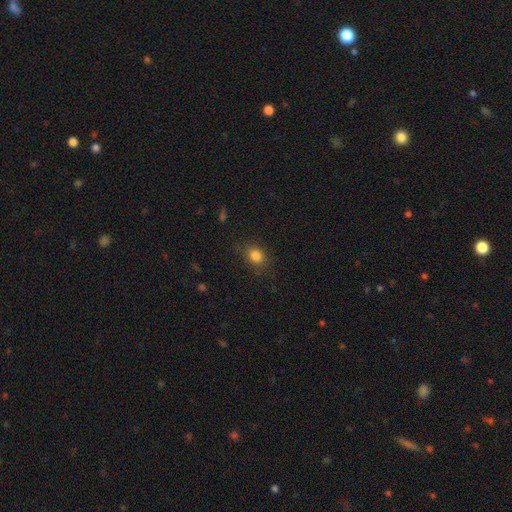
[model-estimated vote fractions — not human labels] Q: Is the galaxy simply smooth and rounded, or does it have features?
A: smooth — 82%.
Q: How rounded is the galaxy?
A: round — 55%.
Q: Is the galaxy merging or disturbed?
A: none — 80%.